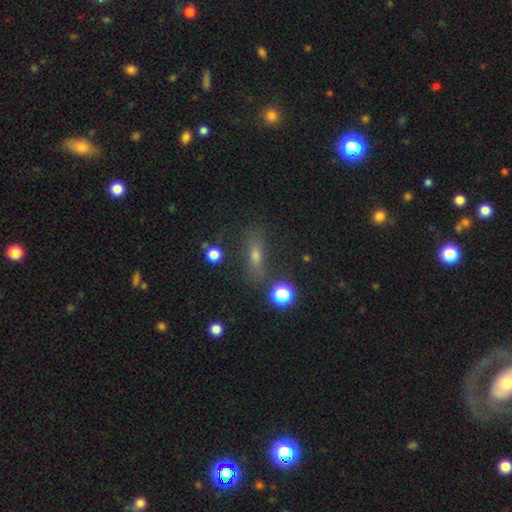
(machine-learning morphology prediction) Q: Smooth or featured?
A: smooth (57%); runner-up: featured or disk (24%)
Q: How rounded?
A: in between (47%); runner-up: cigar-shaped (42%)
Q: Merging?
A: none (70%); runner-up: minor disturbance (16%)